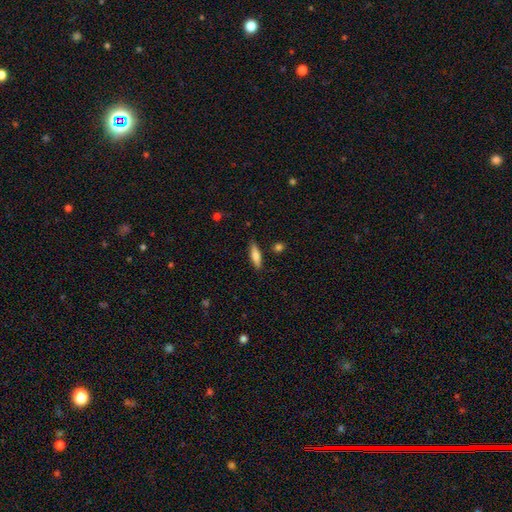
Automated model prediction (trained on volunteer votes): A smooth galaxy with no disk features (70%) that is cigar-shaped (66%). Merging: none (86%).